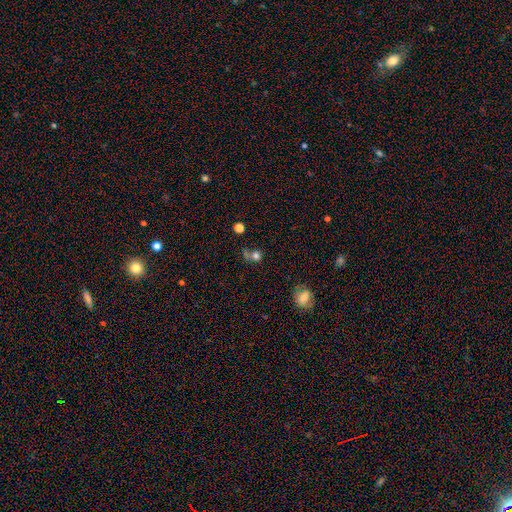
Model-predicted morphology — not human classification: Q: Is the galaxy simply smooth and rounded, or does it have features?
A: smooth — 73%.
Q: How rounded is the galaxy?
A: round — 80%.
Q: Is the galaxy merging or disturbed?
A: none — 45%.